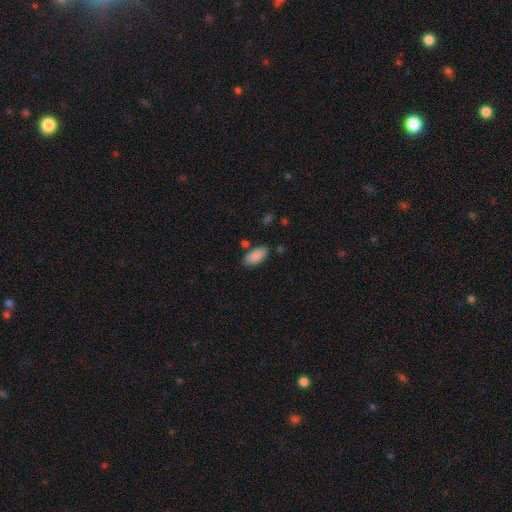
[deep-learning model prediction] A smooth galaxy with no disk features (89%) that is in between round and cigar-shaped (90%).

Vote fractions:
- Smooth or featured? smooth: 89% / star or artifact: 7% / featured or disk: 5%
- How rounded? in between: 90% / cigar-shaped: 8% / round: 2%
- Merging? none: 79% / minor disturbance: 13% / merger: 5% / major disturbance: 3%